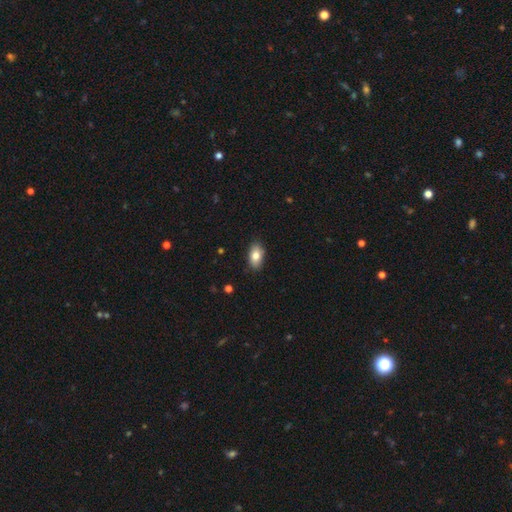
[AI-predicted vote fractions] A smooth galaxy with no disk features (81%) that is in between round and cigar-shaped (92%).

Vote fractions:
- Smooth or featured? smooth: 81% / featured or disk: 12% / star or artifact: 7%
- How rounded? in between: 92% / round: 6% / cigar-shaped: 2%
- Merging? none: 87% / minor disturbance: 10% / major disturbance: 2% / merger: 1%